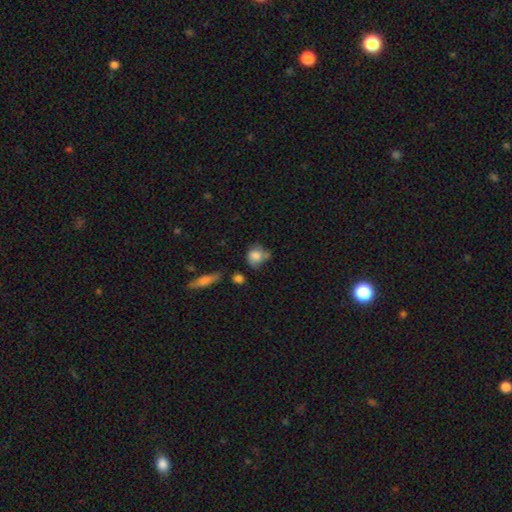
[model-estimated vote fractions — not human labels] smooth-or-featured: smooth: 76% | featured or disk: 15% | star or artifact: 9%
  how-rounded: round: 66% | in between: 32% | cigar-shaped: 2%
  merging: none: 44% | minor disturbance: 31% | merger: 13% | major disturbance: 12%